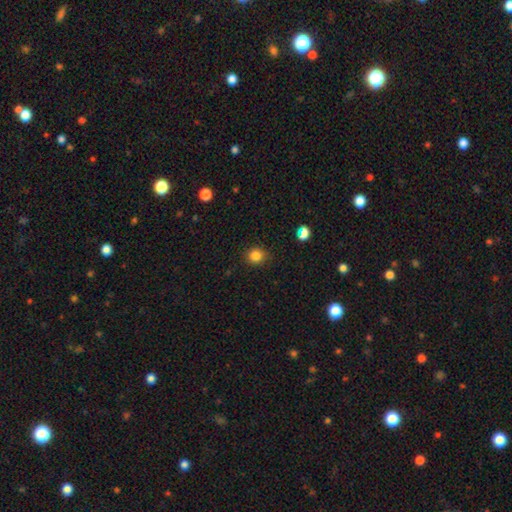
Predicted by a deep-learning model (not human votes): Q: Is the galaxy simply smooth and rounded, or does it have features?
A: smooth — 84%.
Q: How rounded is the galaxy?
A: round — 83%.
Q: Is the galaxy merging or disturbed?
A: none — 87%.